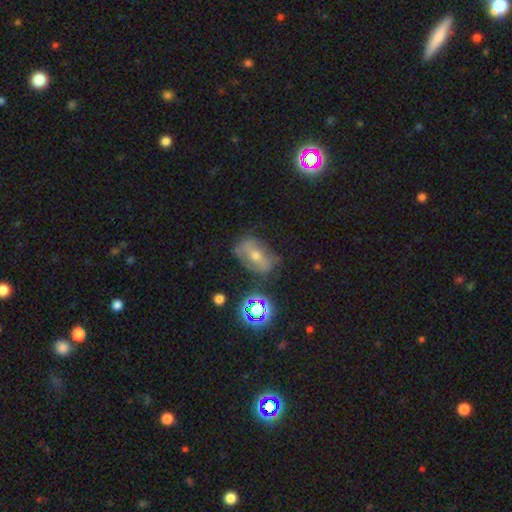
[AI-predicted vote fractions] A featured or disk galaxy (52%). Merging: none (62%).